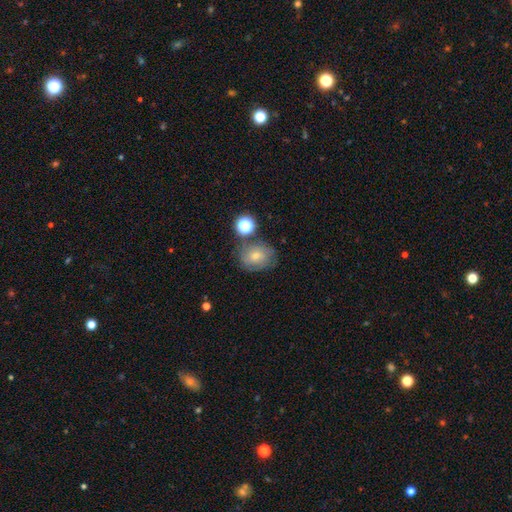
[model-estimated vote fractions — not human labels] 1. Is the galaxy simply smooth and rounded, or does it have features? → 44% featured or disk, 40% smooth, 16% star or artifact.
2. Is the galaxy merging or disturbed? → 65% none, 18% minor disturbance, 9% merger, 8% major disturbance.